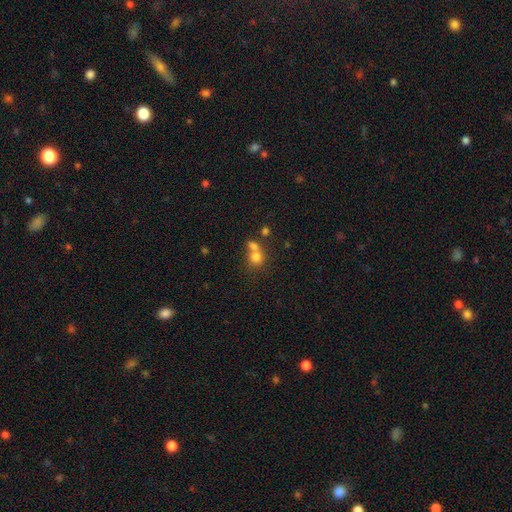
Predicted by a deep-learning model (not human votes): The model was most divided on "merging": merger: 52%, none: 37%, minor disturbance: 7%, major disturbance: 4%. More confident: how rounded — round (78%); smooth or featured — smooth (73%).